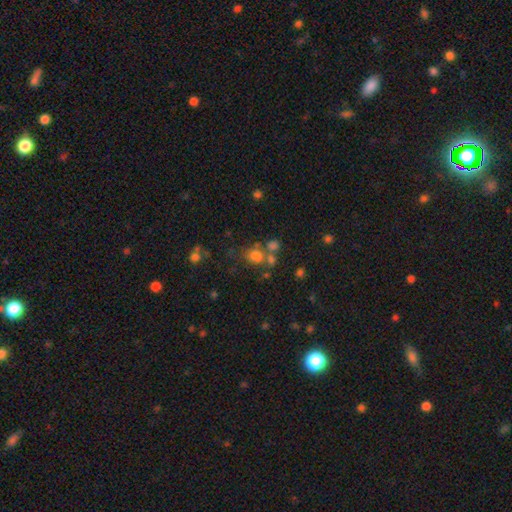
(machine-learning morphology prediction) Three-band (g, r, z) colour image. It shows a smooth galaxy with no disk features (70%) that is round (69%). Merging: none (51%).